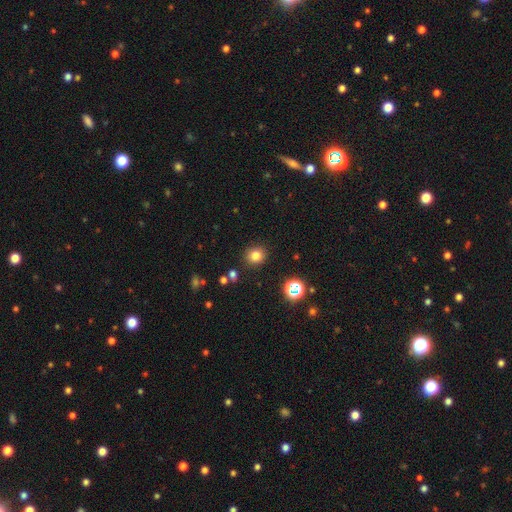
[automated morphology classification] Smooth or featured? Predicted: smooth (p=0.78). How rounded? Predicted: round (p=0.83). Merging? Predicted: none (p=0.88).